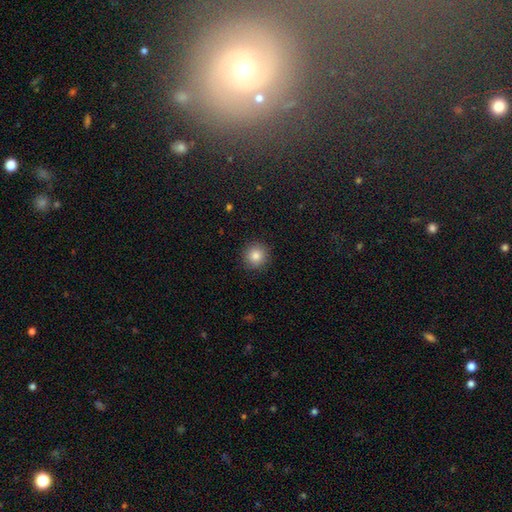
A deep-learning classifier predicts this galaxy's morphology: smooth_or_featured: smooth (p=0.84) [alt: star or artifact p=0.10]
how_rounded: round (p=0.94) [alt: in between p=0.05]
merging: none (p=0.91) [alt: minor disturbance p=0.06]